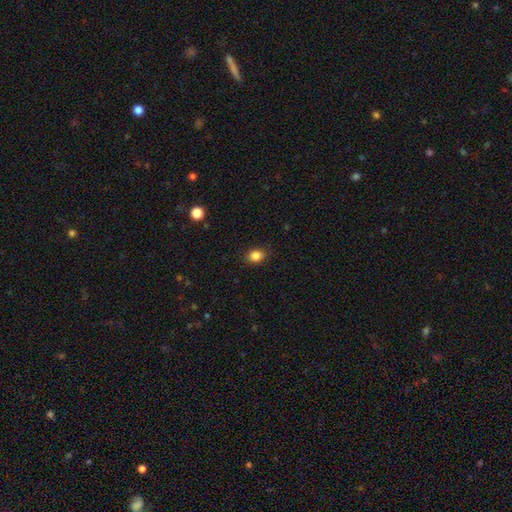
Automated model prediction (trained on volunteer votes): The model was most divided on "how rounded": in between: 57%, round: 42%, cigar-shaped: 1%. More confident: merging — none (88%); smooth or featured — smooth (86%).